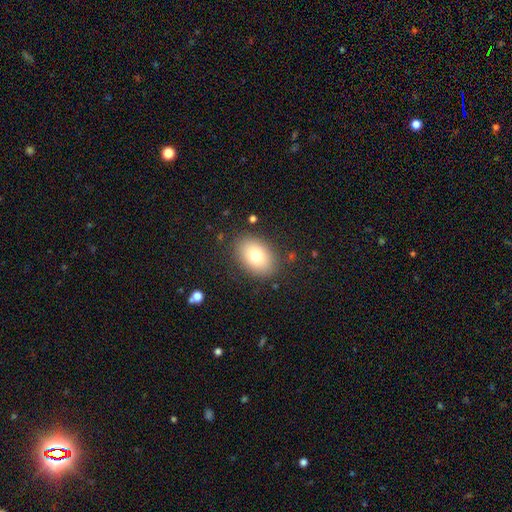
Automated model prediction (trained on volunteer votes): smooth_or_featured: smooth (p=0.78) [alt: featured or disk p=0.13]
how_rounded: in between (p=0.80) [alt: round p=0.18]
merging: none (p=0.85) [alt: minor disturbance p=0.10]